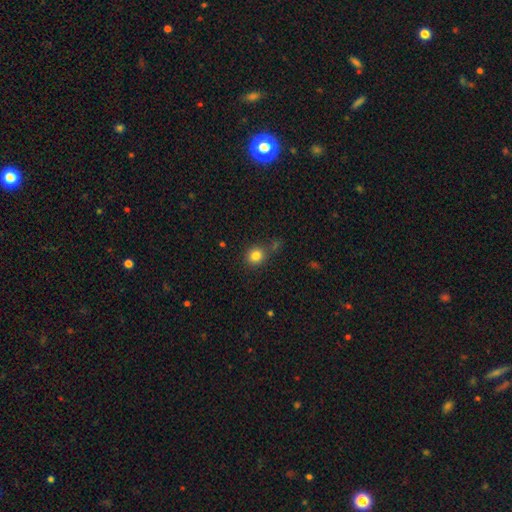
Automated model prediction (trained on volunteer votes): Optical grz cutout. It shows a smooth galaxy with no disk features (83%) that is round (83%). Merging: none (75%).